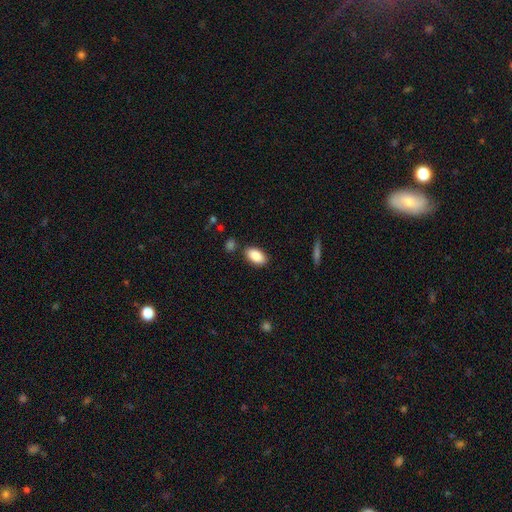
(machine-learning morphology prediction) The model was most divided on "merging": none: 84%, minor disturbance: 10%, merger: 4%, major disturbance: 2%. More confident: how rounded — in between (93%); smooth or featured — smooth (88%).